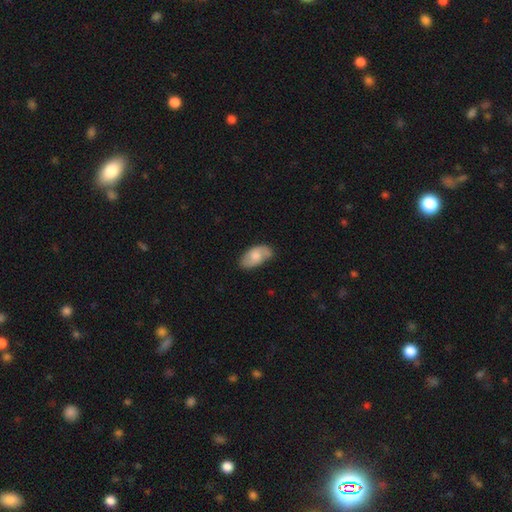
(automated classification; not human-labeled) smooth_or_featured: smooth (p=0.60) [alt: featured or disk p=0.33]
how_rounded: in between (p=0.94) [alt: round p=0.03]
merging: none (p=0.67) [alt: minor disturbance p=0.26]